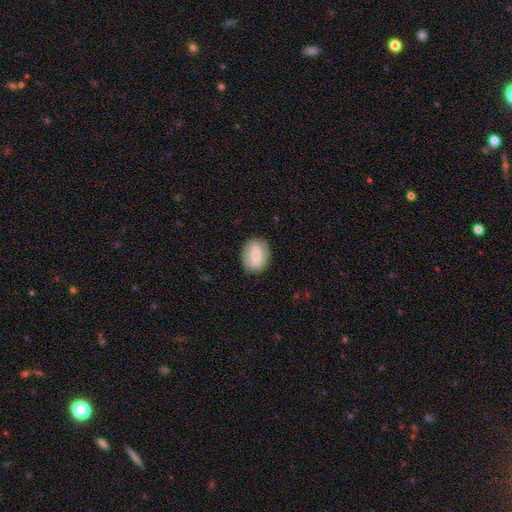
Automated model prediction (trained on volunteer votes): A smooth galaxy with no disk features (55%) that is in between round and cigar-shaped (68%). Merging: none (82%).